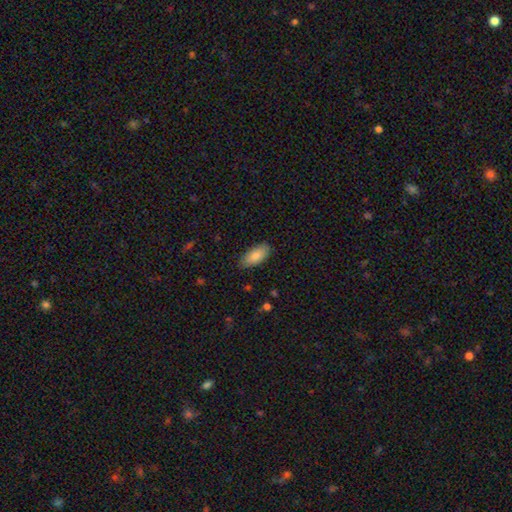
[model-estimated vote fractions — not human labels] Overall: smooth (84%). How rounded: in between (90%). Merging: none (83%).